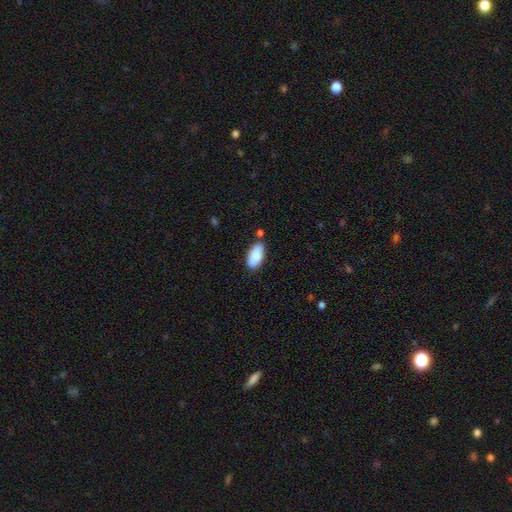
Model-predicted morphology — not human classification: The model was most divided on "merging": none: 78%, minor disturbance: 14%, merger: 5%, major disturbance: 3%. More confident: how rounded — in between (92%); smooth or featured — smooth (86%).